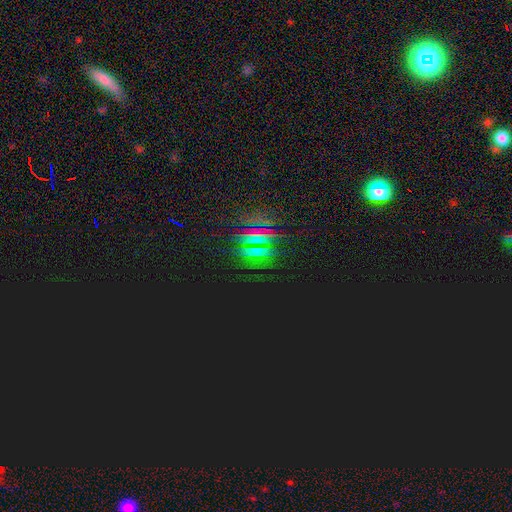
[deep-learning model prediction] Smooth or featured? star or artifact (75%)